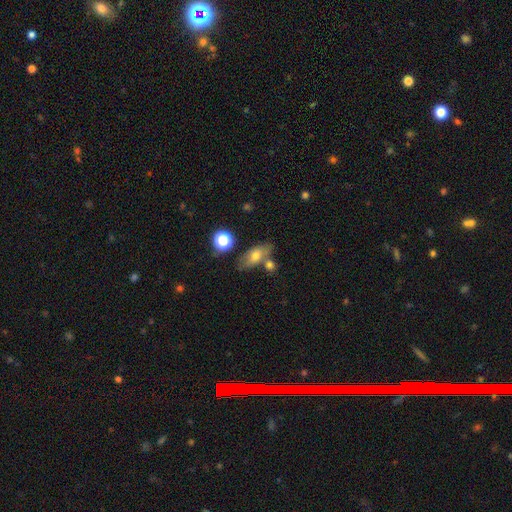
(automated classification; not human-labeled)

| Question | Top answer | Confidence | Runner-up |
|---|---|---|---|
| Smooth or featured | smooth | 66% | featured or disk (24%) |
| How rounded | in between | 79% | cigar-shaped (12%) |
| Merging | none | 59% | merger (20%) |